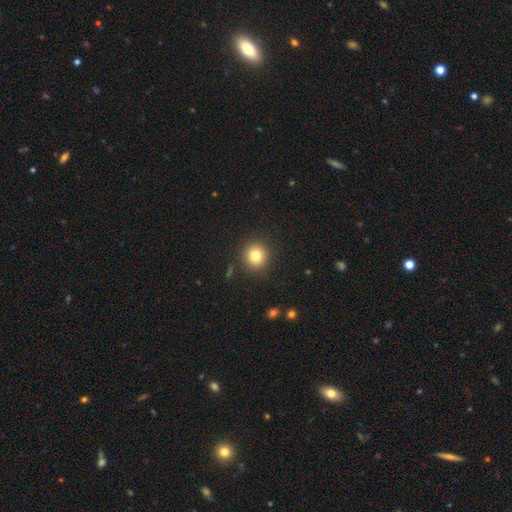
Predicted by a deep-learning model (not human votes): Q: Smooth or featured?
A: smooth (79%); runner-up: star or artifact (12%)
Q: How rounded?
A: round (92%); runner-up: in between (7%)
Q: Merging?
A: none (90%); runner-up: minor disturbance (6%)